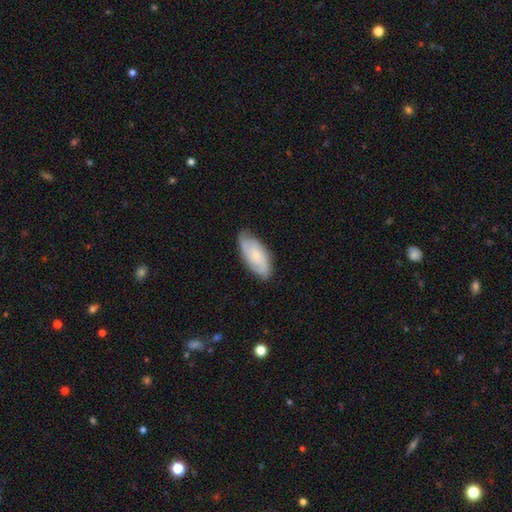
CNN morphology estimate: Smooth or featured? Predicted: featured or disk (p=0.54). Edge-on disk? Predicted: no (p=0.91). Merging? Predicted: none (p=0.76).